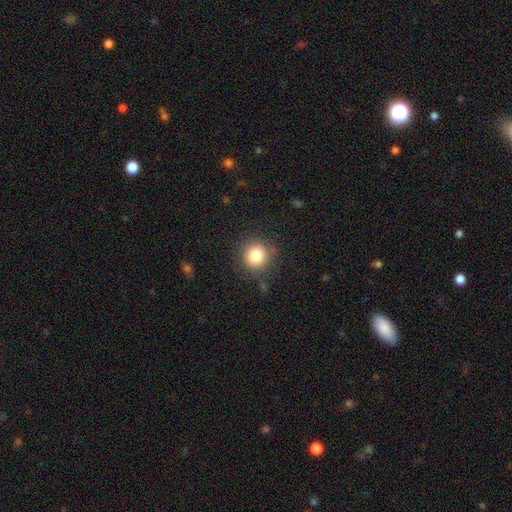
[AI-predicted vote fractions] The model was most divided on "smooth or featured": smooth: 81%, star or artifact: 11%, featured or disk: 8%. More confident: how rounded — round (94%); merging — none (86%).